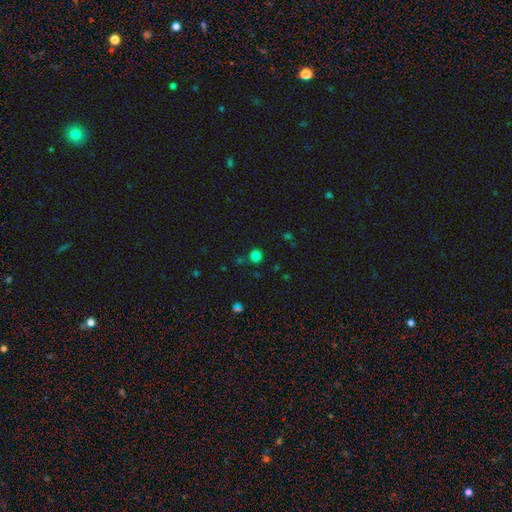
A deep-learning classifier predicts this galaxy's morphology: type=smooth (78%); roundness=round (90%); merging=none (82%).